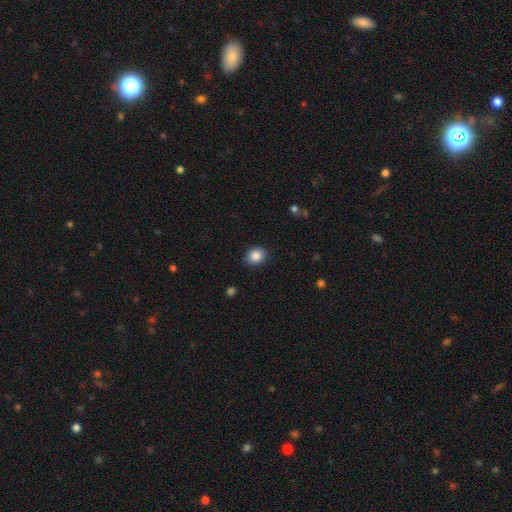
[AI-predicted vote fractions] Smooth or featured? smooth (86%)
How rounded? round (61%)
Merging? none (87%)